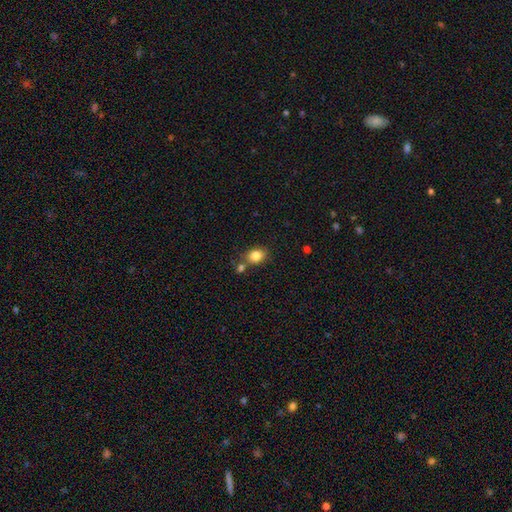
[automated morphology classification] Smooth or featured?
  - smooth: 84% *
  - star or artifact: 10%
  - featured or disk: 7%
How rounded?
  - in between: 58% *
  - round: 41%
  - cigar-shaped: 1%
Merging?
  - none: 67% *
  - merger: 17%
  - minor disturbance: 13%
  - major disturbance: 4%